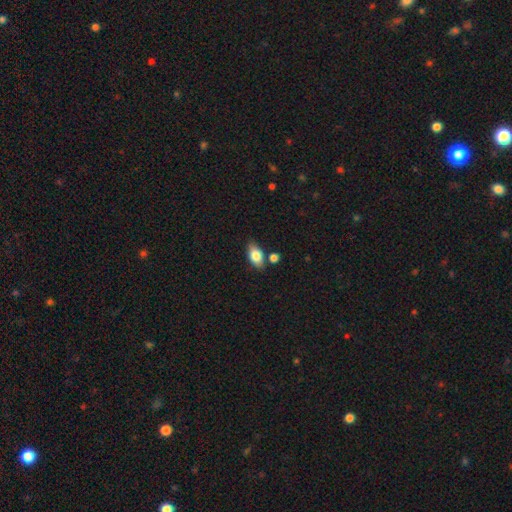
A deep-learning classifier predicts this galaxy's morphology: Smooth or featured? Predicted: smooth (p=0.79). How rounded? Predicted: in between (p=0.87). Merging? Predicted: none (p=0.72).